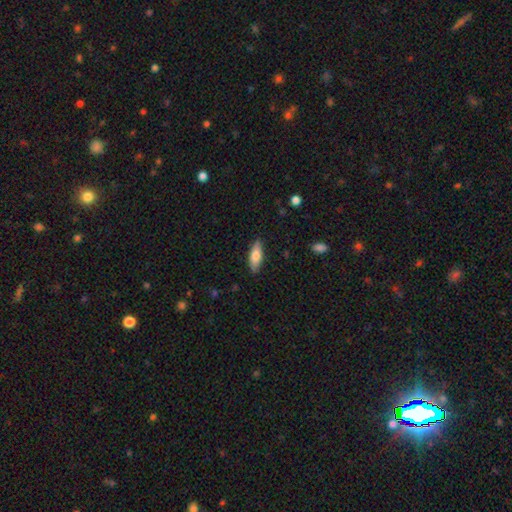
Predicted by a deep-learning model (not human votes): Smooth or featured?
  - smooth: 75% *
  - featured or disk: 19%
  - star or artifact: 6%
How rounded?
  - in between: 64% *
  - cigar-shaped: 33%
  - round: 2%
Merging?
  - none: 86% *
  - minor disturbance: 11%
  - major disturbance: 2%
  - merger: 1%